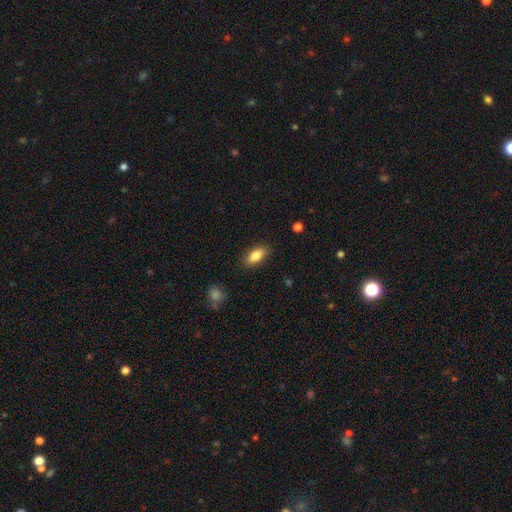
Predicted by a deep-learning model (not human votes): Smooth or featured?
  - smooth: 84% *
  - featured or disk: 9%
  - star or artifact: 7%
How rounded?
  - in between: 87% *
  - cigar-shaped: 9%
  - round: 3%
Merging?
  - none: 86% *
  - minor disturbance: 10%
  - major disturbance: 3%
  - merger: 1%